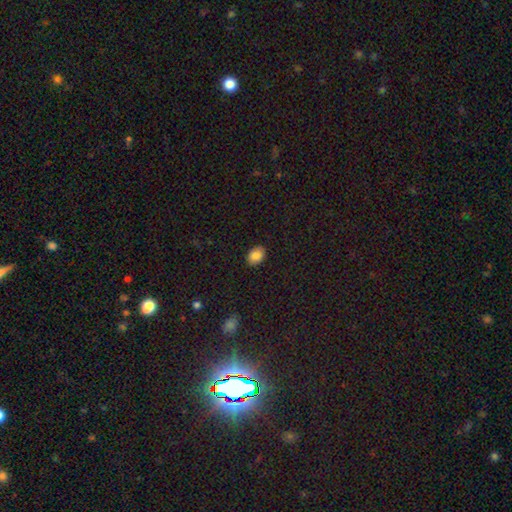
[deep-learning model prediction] The model was most divided on "how rounded": in between: 80%, round: 18%, cigar-shaped: 1%. More confident: merging — none (88%); smooth or featured — smooth (85%).